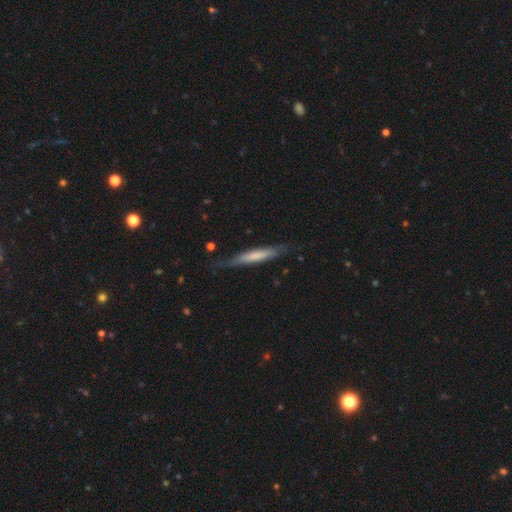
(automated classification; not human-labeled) This appears to be a smooth galaxy with no disk features (58%) that is cigar-shaped (91%). Merging: none (77%).